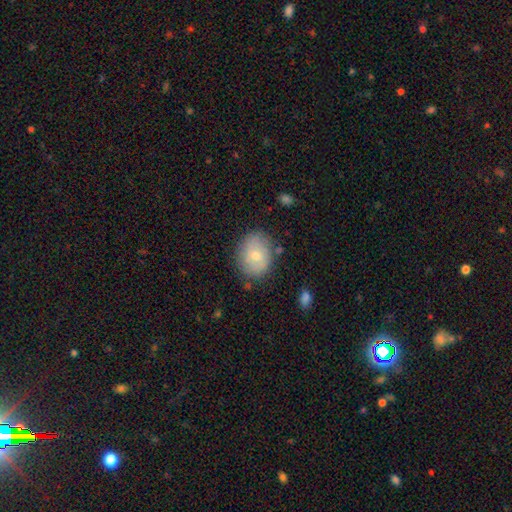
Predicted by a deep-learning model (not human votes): Overall: smooth (67%). How rounded: round (54%; in between 45%). Merging: none (78%).